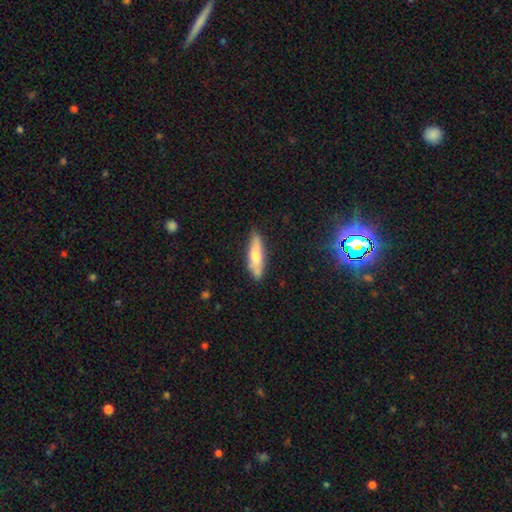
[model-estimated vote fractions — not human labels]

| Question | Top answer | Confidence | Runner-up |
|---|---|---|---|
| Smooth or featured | smooth | 61% | featured or disk (31%) |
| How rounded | cigar-shaped | 67% | in between (31%) |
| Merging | none | 71% | minor disturbance (21%) |